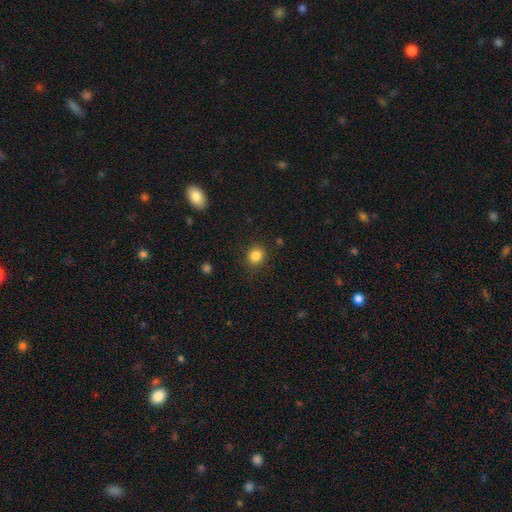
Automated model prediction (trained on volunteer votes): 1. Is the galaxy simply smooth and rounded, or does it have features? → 84% smooth, 11% star or artifact, 5% featured or disk.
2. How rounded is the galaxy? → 78% round, 21% in between, 1% cigar-shaped.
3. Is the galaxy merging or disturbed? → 86% none, 10% minor disturbance, 3% major disturbance, 1% merger.